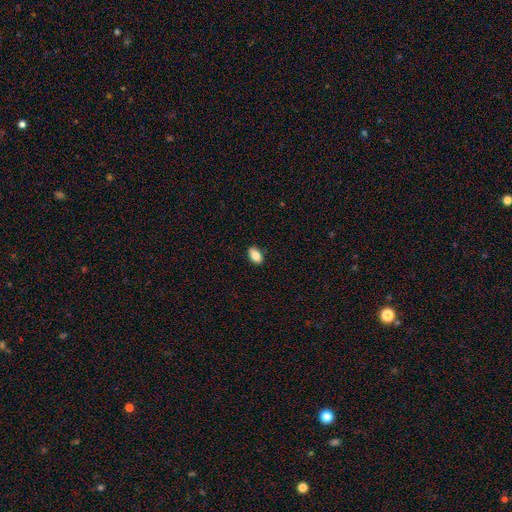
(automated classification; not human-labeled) smooth-or-featured: smooth: 85% | star or artifact: 8% | featured or disk: 7%
  how-rounded: in between: 90% | round: 7% | cigar-shaped: 3%
  merging: none: 85% | minor disturbance: 12% | major disturbance: 2% | merger: 1%